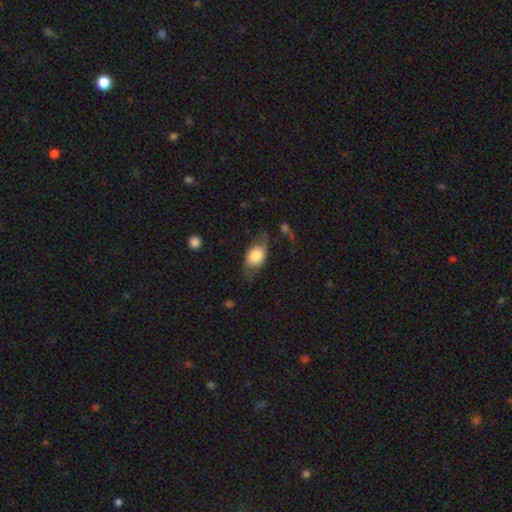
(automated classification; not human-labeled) Smooth or featured: smooth — 59% (featured or disk — 34%)
How rounded: in between — 80% (round — 17%)
Merging: none — 55% (minor disturbance — 25%)